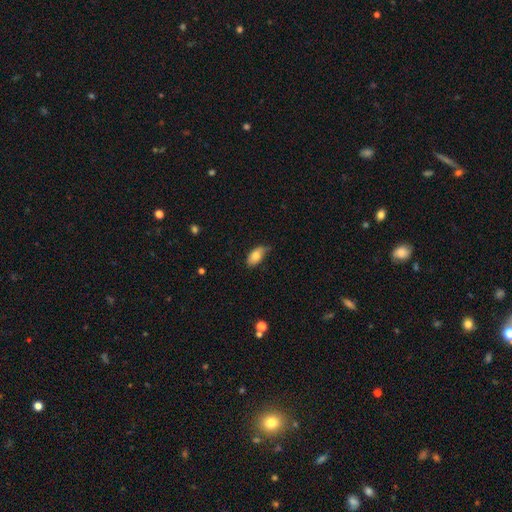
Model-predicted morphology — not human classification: Smooth or featured? Predicted: smooth (p=0.77). How rounded? Predicted: in between (p=0.92). Merging? Predicted: none (p=0.61).